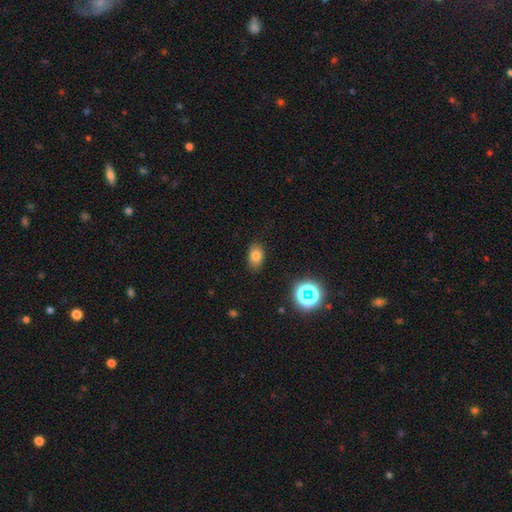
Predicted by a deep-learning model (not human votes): This is likely a smooth galaxy (77%). How rounded: clearly in between (81%). Merging: clearly none (83%).